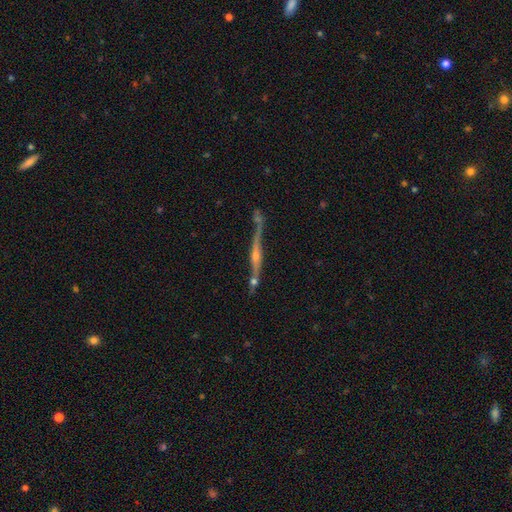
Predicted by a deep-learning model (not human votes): featured or disk 80%, smooth 11%, star or artifact 9%. Down the decision tree: edge-on disk — yes (96%); edge-on bulge — rounded (78%); merging — none (71%).